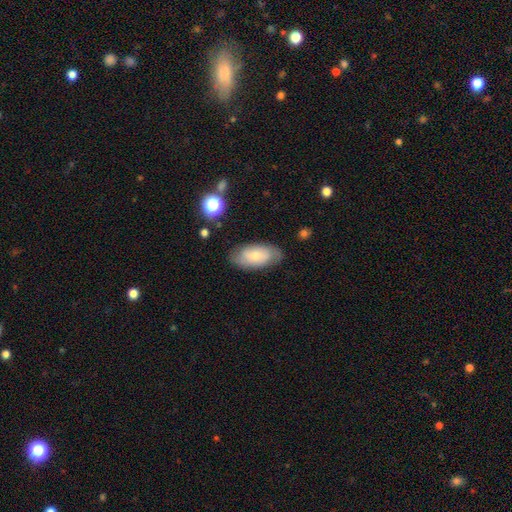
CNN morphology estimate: Q: Smooth or featured?
A: smooth (54%); runner-up: featured or disk (38%)
Q: How rounded?
A: in between (92%); runner-up: cigar-shaped (4%)
Q: Merging?
A: none (77%); runner-up: minor disturbance (17%)